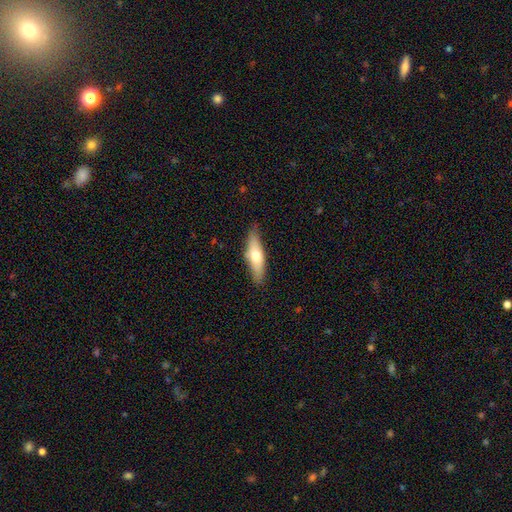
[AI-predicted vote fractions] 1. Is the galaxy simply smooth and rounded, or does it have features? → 58% smooth, 36% featured or disk, 6% star or artifact.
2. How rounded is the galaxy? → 57% cigar-shaped, 41% in between, 2% round.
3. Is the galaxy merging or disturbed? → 81% none, 15% minor disturbance, 3% major disturbance, 2% merger.